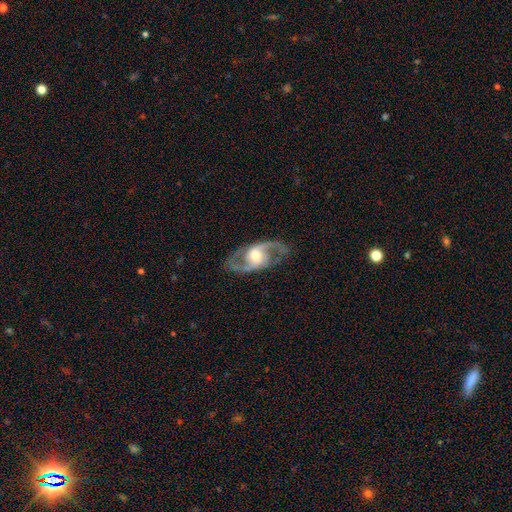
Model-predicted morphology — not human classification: type=featured or disk (90%); edge-on=no (96%); bar=no (45%); spiral arms=yes (95%); winding=medium (57%); arm count=2 (93%); bulge=moderate (64%); merging=none (83%).